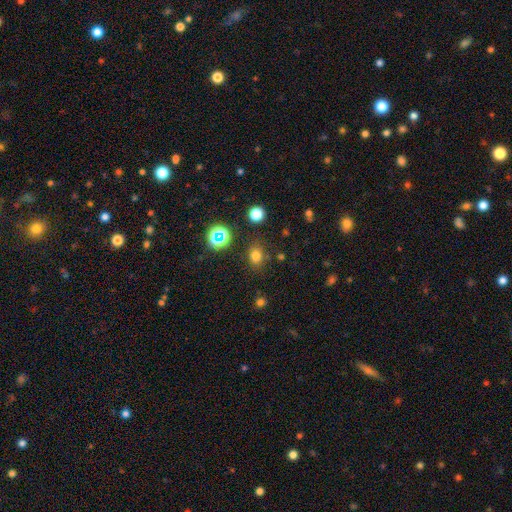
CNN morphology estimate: smooth_or_featured: smooth (p=0.72) [alt: star or artifact p=0.21]
how_rounded: round (p=0.51) [alt: in between p=0.48]
merging: none (p=0.80) [alt: minor disturbance p=0.12]